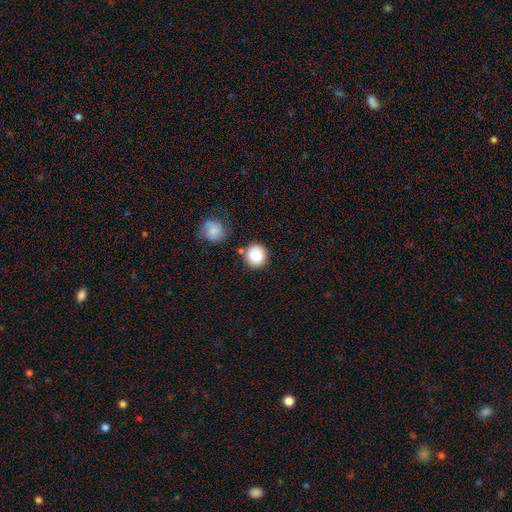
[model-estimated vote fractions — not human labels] Smooth or featured? Predicted: smooth (p=0.86). How rounded? Predicted: round (p=0.90). Merging? Predicted: none (p=0.78).